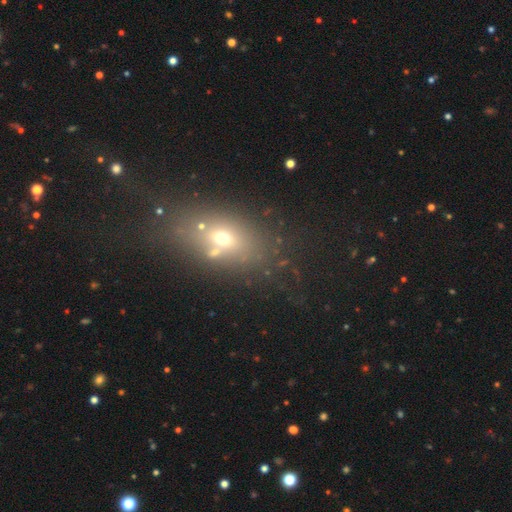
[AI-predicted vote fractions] smooth_or_featured: smooth (p=0.49) [alt: star or artifact p=0.29]
merging: none (p=0.55) [alt: merger p=0.23]